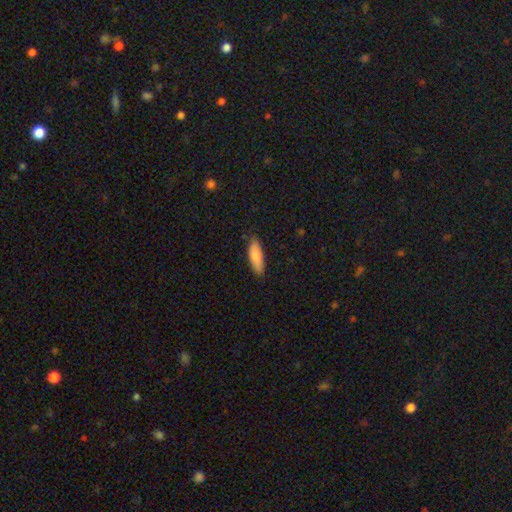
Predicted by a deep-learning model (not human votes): The model was most divided on "how rounded": in between: 56%, cigar-shaped: 43%, round: 2%. More confident: merging — none (83%); smooth or featured — smooth (82%).